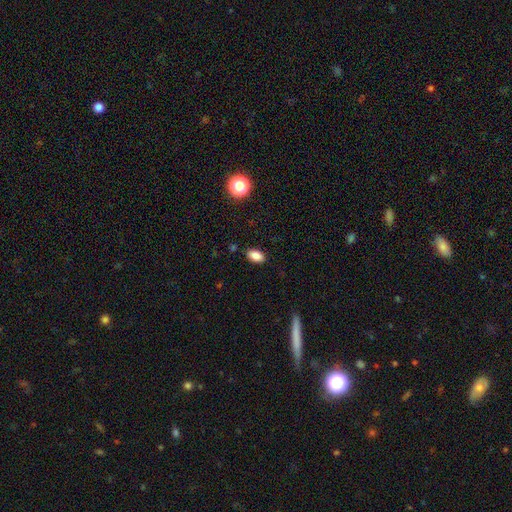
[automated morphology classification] Q: Smooth or featured?
A: smooth (86%); runner-up: star or artifact (10%)
Q: How rounded?
A: in between (90%); runner-up: round (7%)
Q: Merging?
A: none (87%); runner-up: minor disturbance (9%)